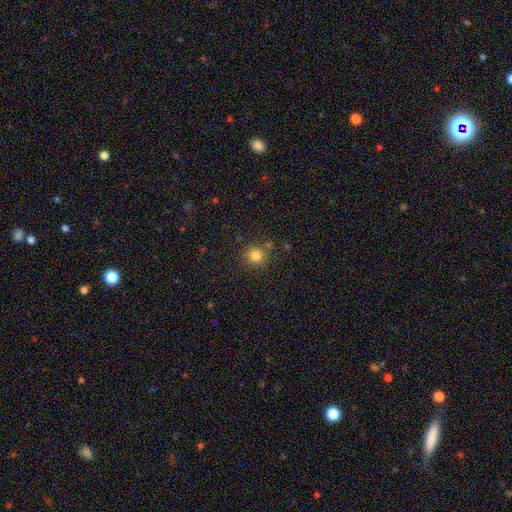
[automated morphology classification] A smooth galaxy with no disk features (82%) that is round (92%).

Vote fractions:
- Smooth or featured? smooth: 82% / star or artifact: 13% / featured or disk: 6%
- How rounded? round: 92% / in between: 7% / cigar-shaped: 1%
- Merging? none: 80% / minor disturbance: 10% / merger: 7% / major disturbance: 3%